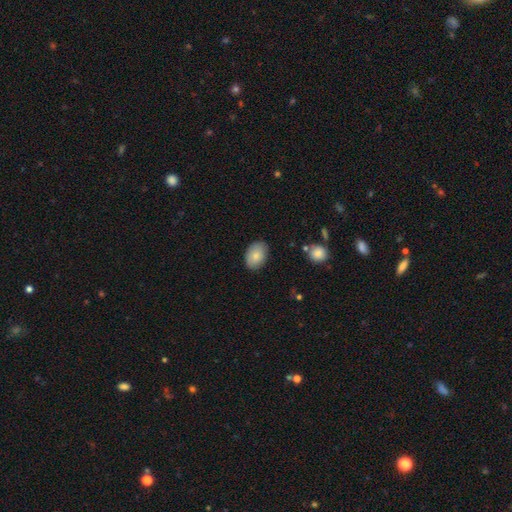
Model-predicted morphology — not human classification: smooth-or-featured: smooth: 81% | featured or disk: 12% | star or artifact: 7%
  how-rounded: in between: 85% | round: 14% | cigar-shaped: 1%
  merging: none: 83% | minor disturbance: 13% | major disturbance: 2% | merger: 1%